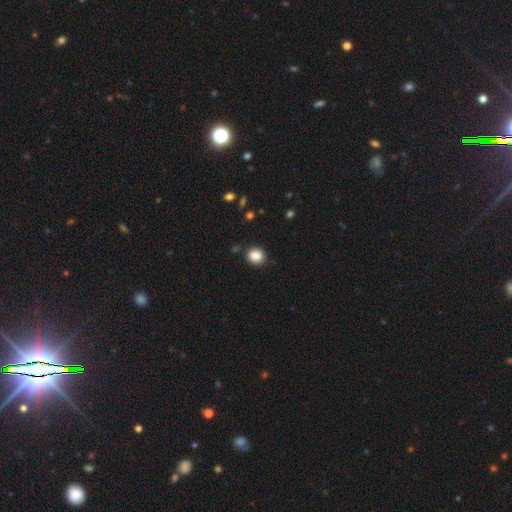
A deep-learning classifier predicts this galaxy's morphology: smooth 86%, star or artifact 9%, featured or disk 4%. Down the decision tree: how rounded — round (73%); merging — none (87%).